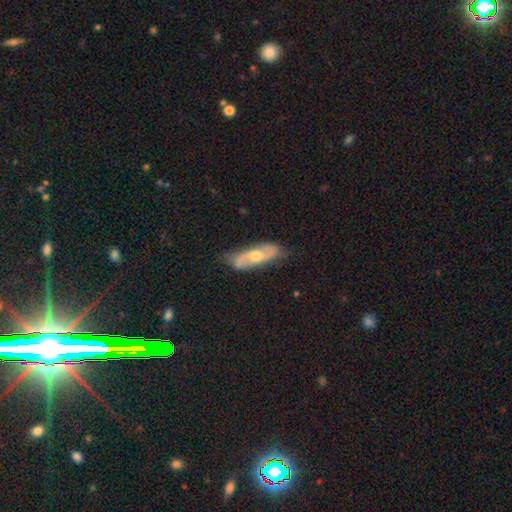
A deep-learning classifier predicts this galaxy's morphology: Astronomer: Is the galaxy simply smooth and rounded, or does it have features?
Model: featured or disk — 60%.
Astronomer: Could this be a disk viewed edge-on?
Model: no — 77%.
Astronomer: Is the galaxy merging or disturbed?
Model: none — 75%.